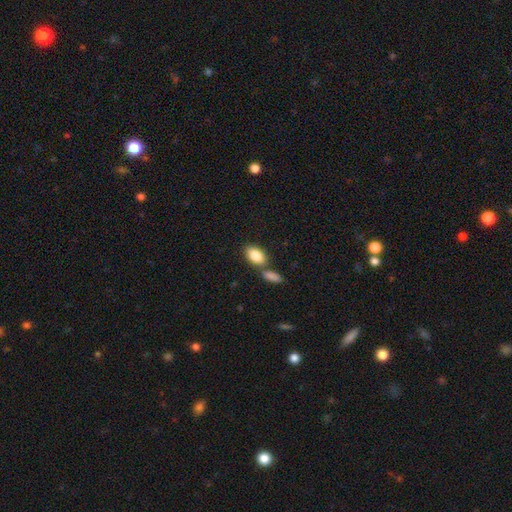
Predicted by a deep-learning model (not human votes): This is clearly a smooth galaxy (86%). How rounded: clearly in between (91%). Merging: possibly none (58%).